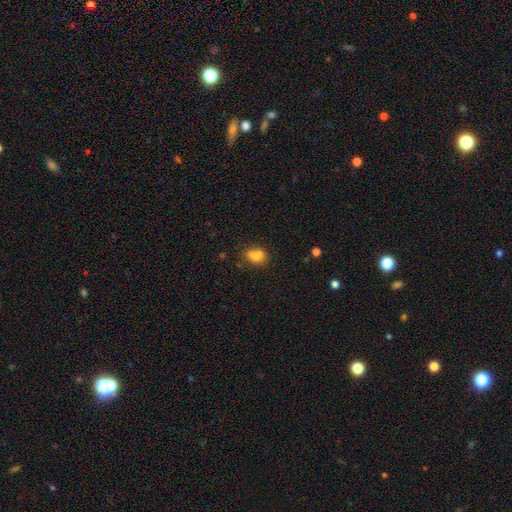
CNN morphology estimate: This is likely a smooth galaxy (71%). How rounded: possibly in between (56%). Merging: marginally none (41%).